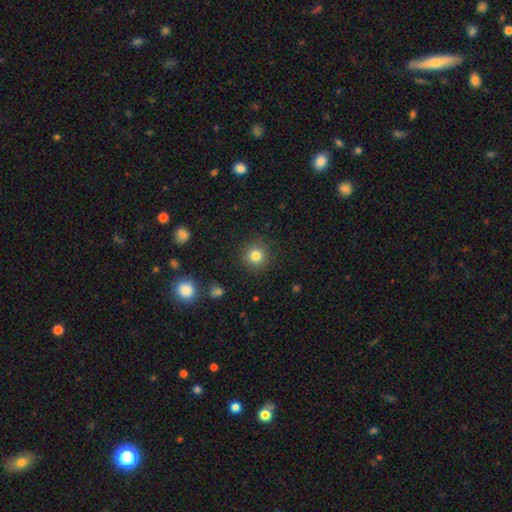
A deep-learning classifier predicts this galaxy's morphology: smooth_or_featured: smooth (p=0.81) [alt: star or artifact p=0.12]
how_rounded: round (p=0.94) [alt: in between p=0.05]
merging: none (p=0.89) [alt: minor disturbance p=0.07]